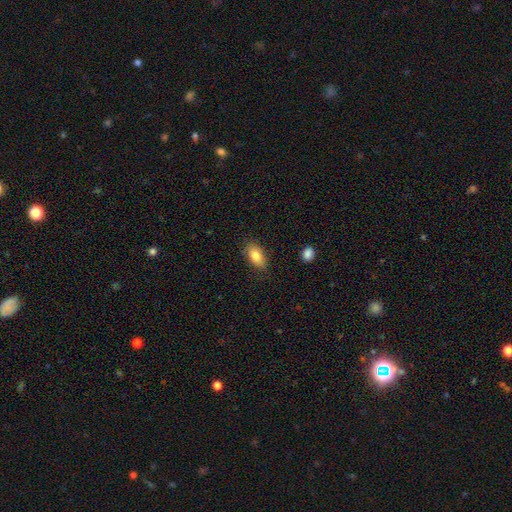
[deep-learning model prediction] Smooth or featured: smooth — 82% (featured or disk — 11%)
How rounded: in between — 90% (round — 5%)
Merging: none — 83% (minor disturbance — 13%)